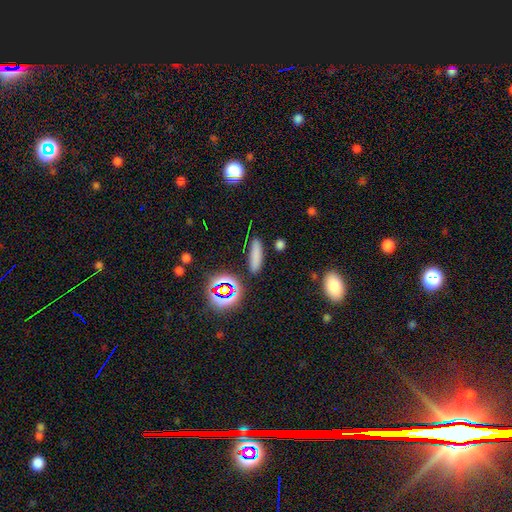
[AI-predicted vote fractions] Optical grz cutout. It shows a smooth galaxy with no disk features (75%) that is cigar-shaped (70%). Merging: none (85%).